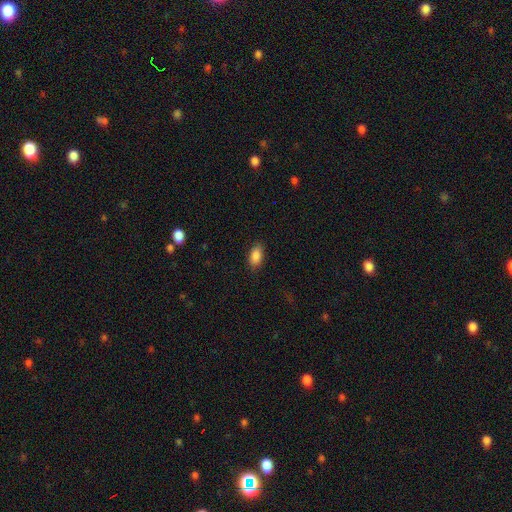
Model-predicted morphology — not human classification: Q: Smooth or featured?
A: smooth (88%); runner-up: star or artifact (8%)
Q: How rounded?
A: in between (91%); runner-up: cigar-shaped (4%)
Q: Merging?
A: none (86%); runner-up: minor disturbance (10%)